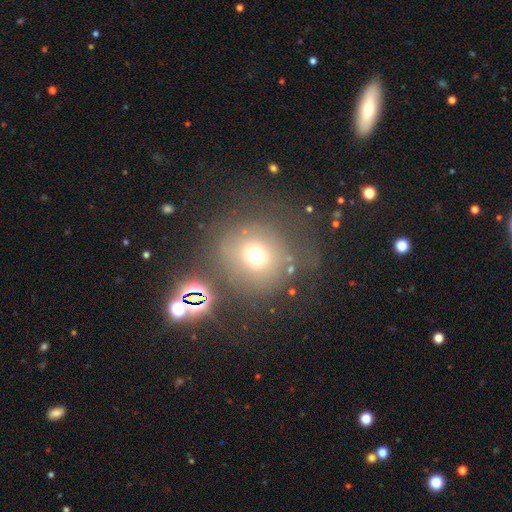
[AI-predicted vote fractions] smooth-or-featured: smooth: 65% | star or artifact: 21% | featured or disk: 14%
  how-rounded: round: 90% | in between: 9% | cigar-shaped: 1%
  merging: none: 66% | minor disturbance: 14% | major disturbance: 14% | merger: 7%